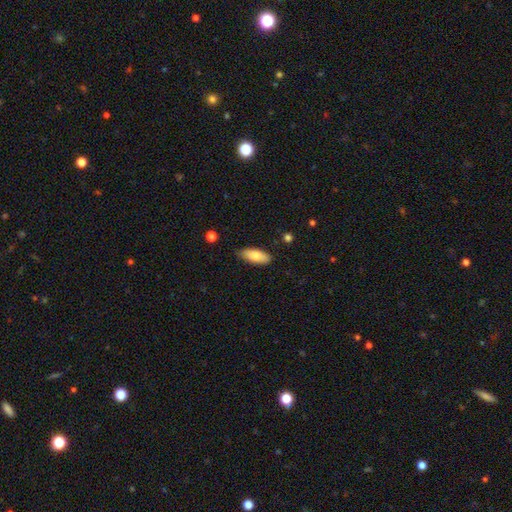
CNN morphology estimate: This is clearly a smooth galaxy (81%). How rounded: likely in between (80%). Merging: clearly none (81%).